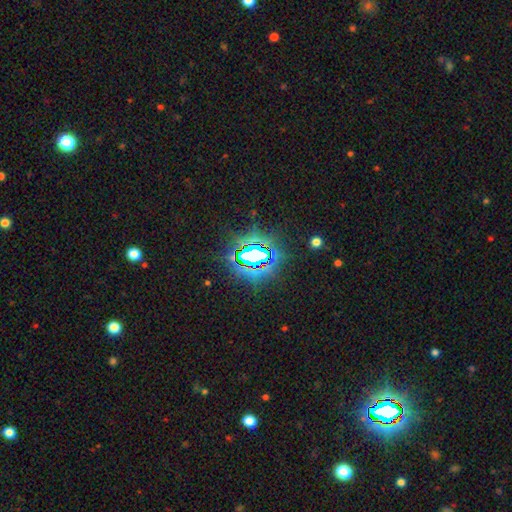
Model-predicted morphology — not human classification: Smooth or featured: star or artifact — 76% (smooth — 14%)